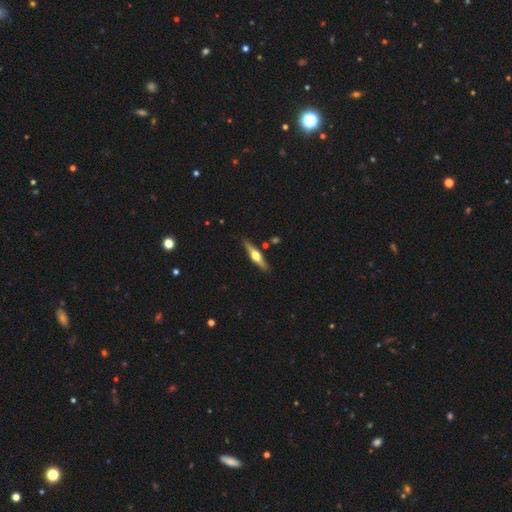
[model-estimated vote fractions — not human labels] Overall: featured or disk (63%; smooth 32%). Edge-on disk: yes (96%). Edge-on bulge: rounded (95%). Merging: none (87%).